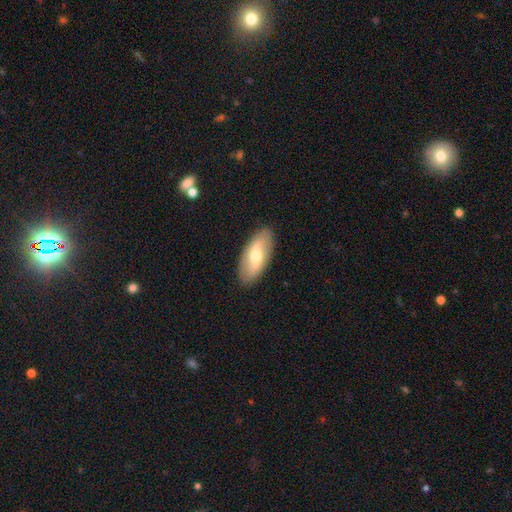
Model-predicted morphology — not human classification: Smooth or featured?
  - smooth: 51% *
  - featured or disk: 43%
  - star or artifact: 5%
How rounded?
  - in between: 86% *
  - cigar-shaped: 11%
  - round: 3%
Merging?
  - none: 88% *
  - minor disturbance: 8%
  - major disturbance: 2%
  - merger: 1%